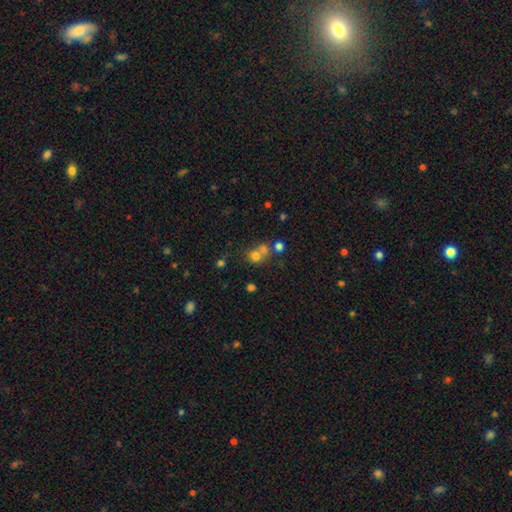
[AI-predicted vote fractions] smooth-or-featured: smooth: 69% | star or artifact: 18% | featured or disk: 13%
  how-rounded: round: 79% | in between: 20% | cigar-shaped: 1%
  merging: none: 44% | merger: 43% | minor disturbance: 8% | major disturbance: 5%